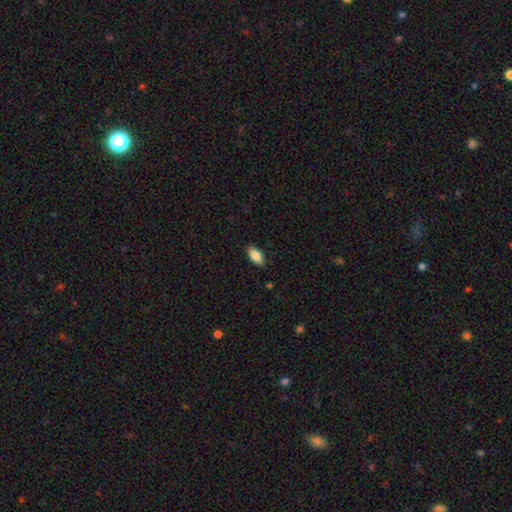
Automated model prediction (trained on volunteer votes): Overall: smooth (85%). How rounded: in between (91%). Merging: none (86%).